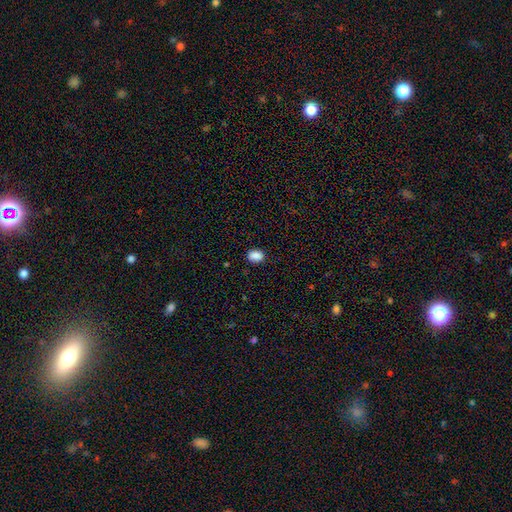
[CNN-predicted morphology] Overall: smooth (88%). How rounded: in between (72%). Merging: none (86%).